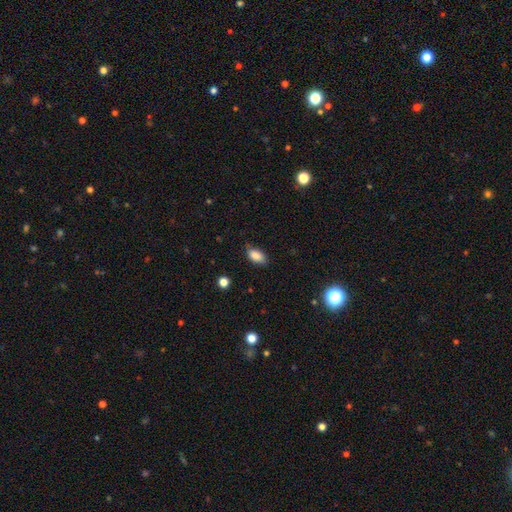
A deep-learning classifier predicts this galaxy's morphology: Overall: smooth (86%). How rounded: in between (91%). Merging: none (73%).